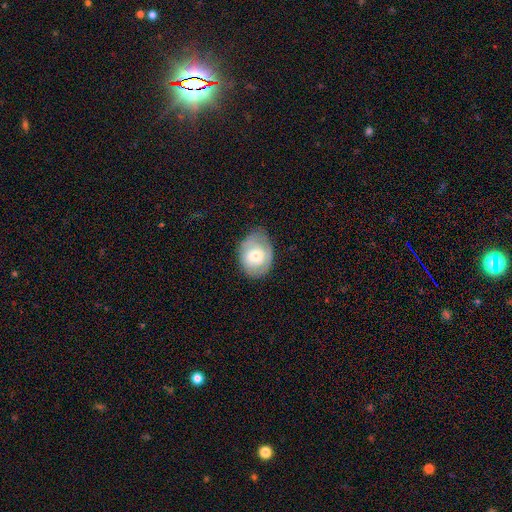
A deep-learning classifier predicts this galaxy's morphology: The model was most divided on "smooth or featured": featured or disk: 47%, smooth: 46%, star or artifact: 7%. More confident: merging — none (66%).